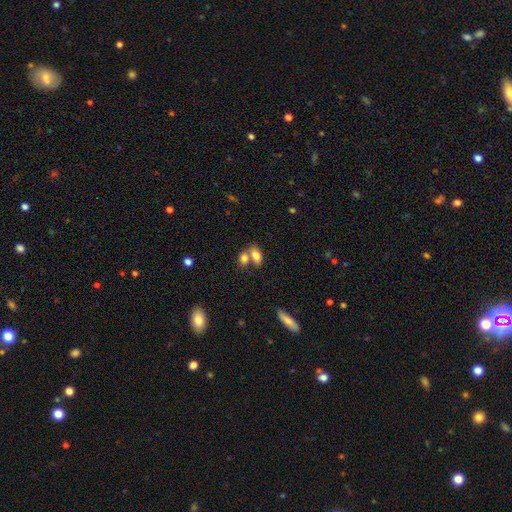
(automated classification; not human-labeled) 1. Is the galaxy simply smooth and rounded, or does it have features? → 79% smooth, 13% featured or disk, 9% star or artifact.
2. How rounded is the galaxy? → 86% in between, 10% round, 4% cigar-shaped.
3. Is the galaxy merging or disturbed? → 49% merger, 38% none, 9% minor disturbance, 4% major disturbance.